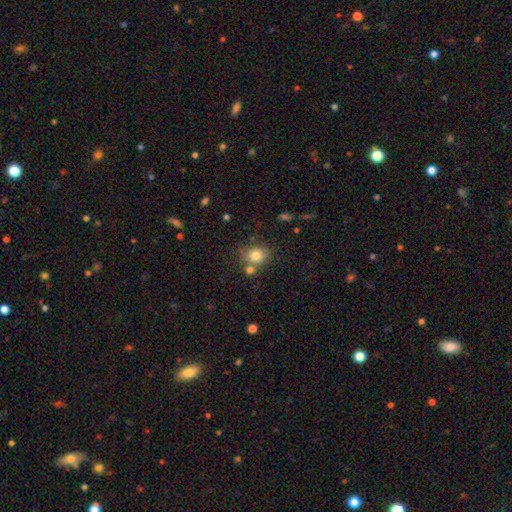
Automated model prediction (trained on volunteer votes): A smooth galaxy with no disk features (79%) that is round (65%).

Vote fractions:
- Smooth or featured? smooth: 79% / star or artifact: 11% / featured or disk: 10%
- How rounded? round: 65% / in between: 34% / cigar-shaped: 1%
- Merging? none: 60% / merger: 22% / minor disturbance: 13% / major disturbance: 5%